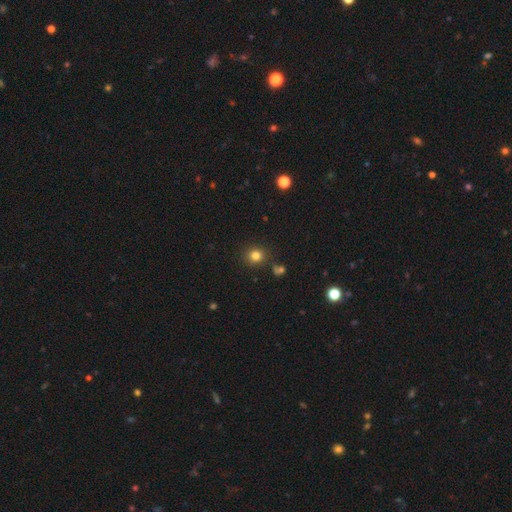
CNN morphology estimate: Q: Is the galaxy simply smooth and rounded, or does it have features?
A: smooth — 80%.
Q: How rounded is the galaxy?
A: round — 89%.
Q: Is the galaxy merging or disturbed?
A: none — 85%.